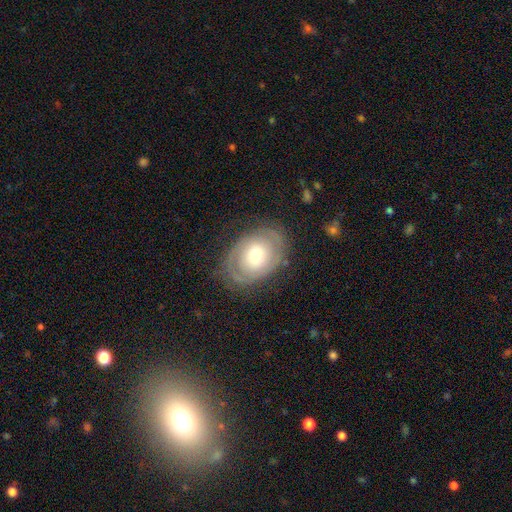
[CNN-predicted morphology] featured or disk 57%, smooth 36%, star or artifact 7%. Down the decision tree: edge-on disk — no (94%); bar — no (77%); spiral arms — yes (62%); bulge size — moderate (64%); merging — none (71%).